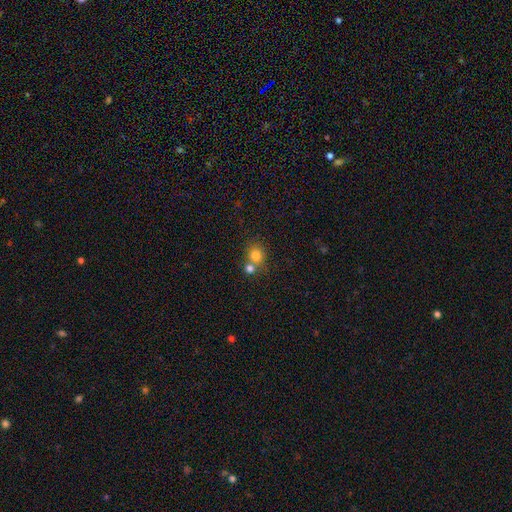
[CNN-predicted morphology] smooth 80%, star or artifact 12%, featured or disk 8%. Down the decision tree: how rounded — round (81%); merging — none (51%).